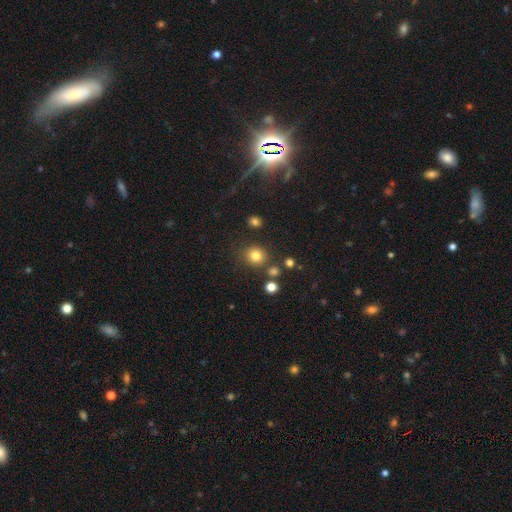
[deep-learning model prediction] This appears to be a smooth galaxy with no disk features (80%) that is round (87%). Merging: none (80%).